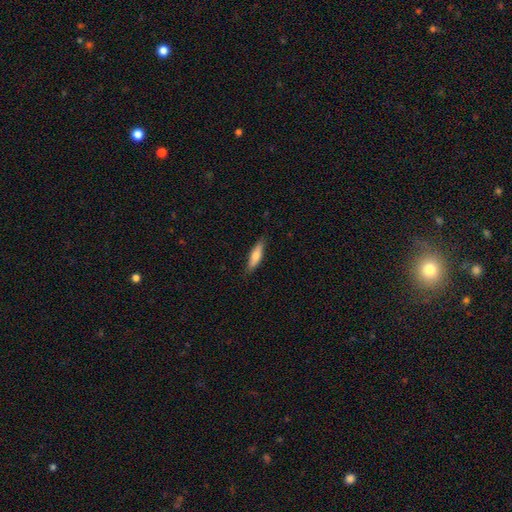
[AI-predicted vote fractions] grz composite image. It shows a smooth galaxy with no disk features (73%) that is cigar-shaped (66%). Merging: none (84%).